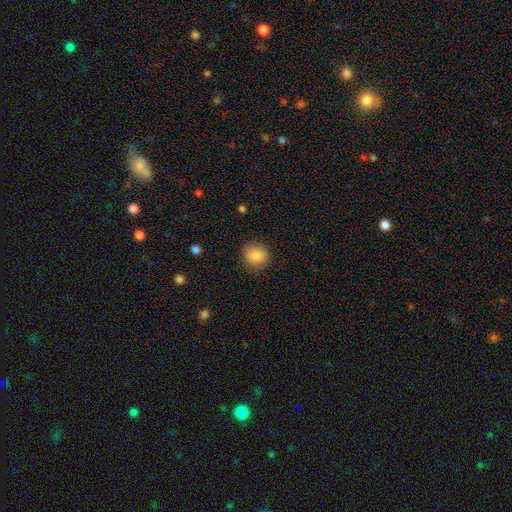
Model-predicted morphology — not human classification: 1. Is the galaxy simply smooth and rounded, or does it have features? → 84% smooth, 9% star or artifact, 7% featured or disk.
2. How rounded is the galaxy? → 86% round, 13% in between, 1% cigar-shaped.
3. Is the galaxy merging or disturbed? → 86% none, 10% minor disturbance, 3% major disturbance, 1% merger.